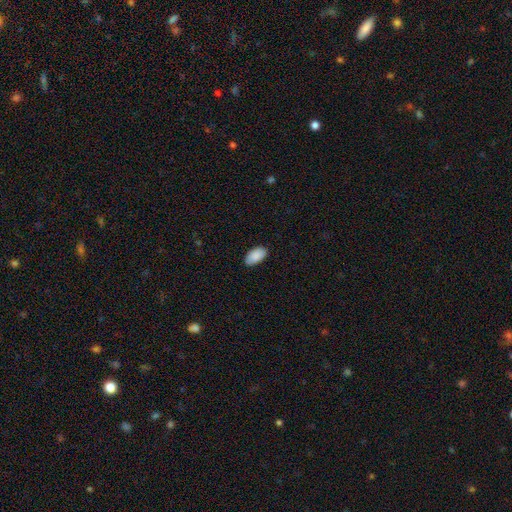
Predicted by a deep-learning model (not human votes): Q: Smooth or featured?
A: smooth (89%); runner-up: star or artifact (6%)
Q: How rounded?
A: in between (95%); runner-up: round (3%)
Q: Merging?
A: none (83%); runner-up: minor disturbance (13%)